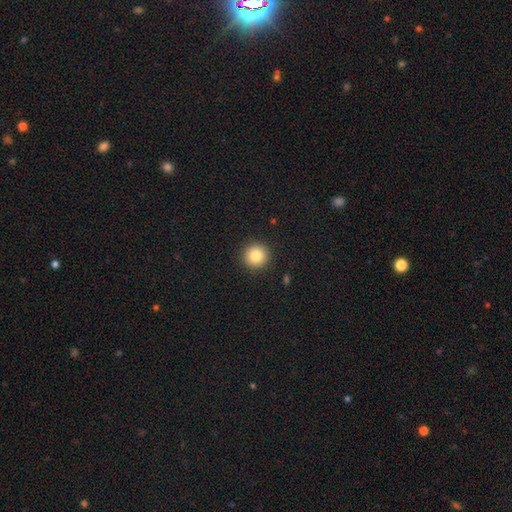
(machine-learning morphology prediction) smooth_or_featured: smooth (p=0.83) [alt: star or artifact p=0.10]
how_rounded: round (p=0.96) [alt: in between p=0.04]
merging: none (p=0.92) [alt: minor disturbance p=0.05]